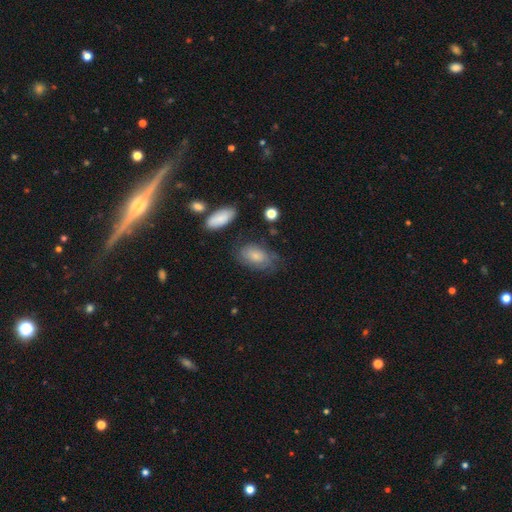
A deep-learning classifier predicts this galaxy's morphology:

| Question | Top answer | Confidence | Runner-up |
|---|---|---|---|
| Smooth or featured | smooth | 53% | featured or disk (38%) |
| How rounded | in between | 87% | round (10%) |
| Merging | none | 61% | minor disturbance (24%) |